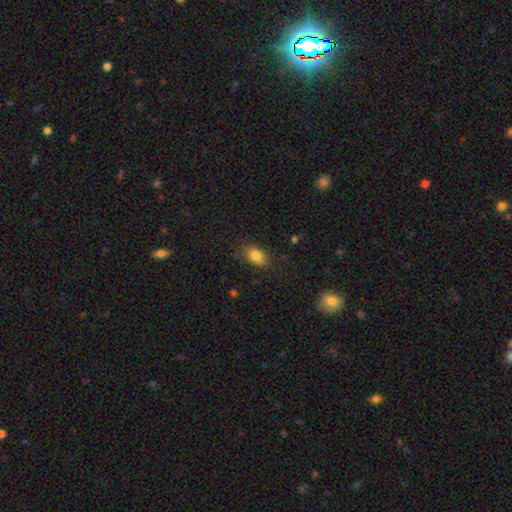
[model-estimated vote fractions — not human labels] Q: Smooth or featured?
A: smooth (81%); runner-up: star or artifact (9%)
Q: How rounded?
A: in between (85%); runner-up: round (12%)
Q: Merging?
A: none (78%); runner-up: minor disturbance (17%)